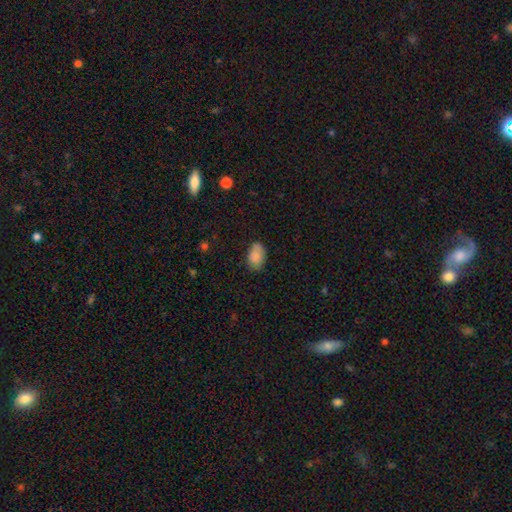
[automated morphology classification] A smooth galaxy with no disk features (85%) that is in between round and cigar-shaped (89%). Merging: none (69%).